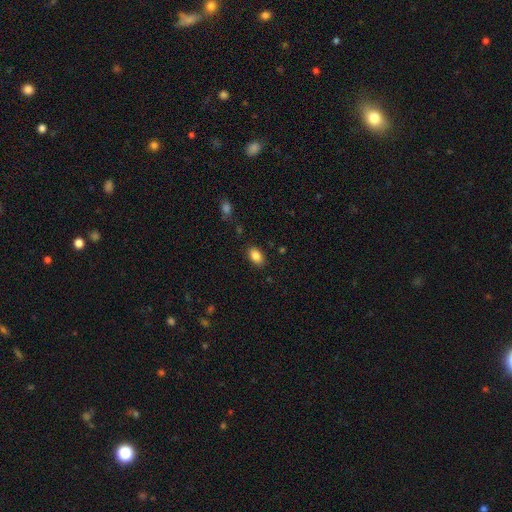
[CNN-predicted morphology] This appears to be a smooth galaxy with no disk features (85%) that is in between round and cigar-shaped (85%). Merging: none (86%).